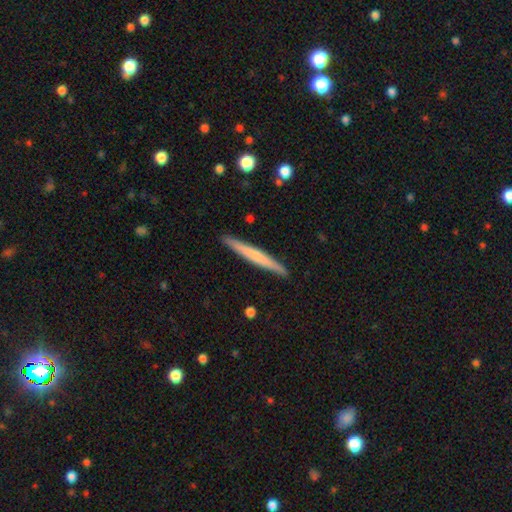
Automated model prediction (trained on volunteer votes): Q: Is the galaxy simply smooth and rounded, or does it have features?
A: smooth — 54%.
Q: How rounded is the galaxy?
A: cigar-shaped — 97%.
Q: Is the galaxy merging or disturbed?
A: none — 91%.